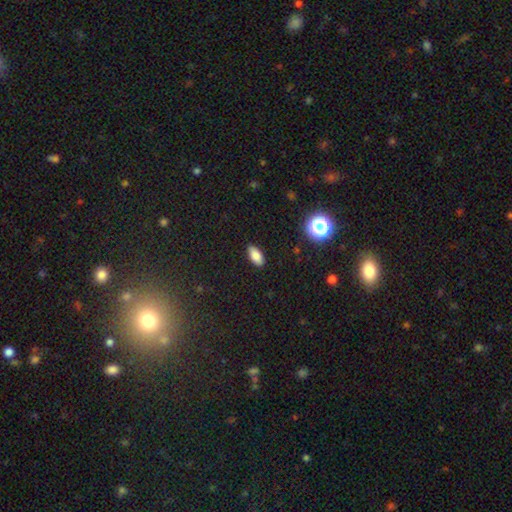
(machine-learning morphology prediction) Smooth or featured?
  - smooth: 83% *
  - star or artifact: 10%
  - featured or disk: 7%
How rounded?
  - in between: 89% *
  - cigar-shaped: 7%
  - round: 3%
Merging?
  - none: 89% *
  - minor disturbance: 8%
  - major disturbance: 2%
  - merger: 1%